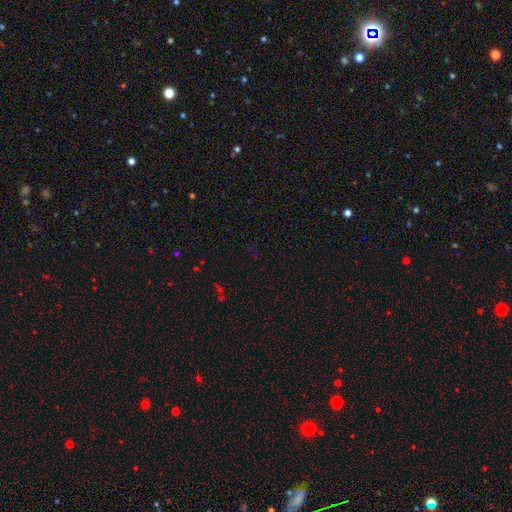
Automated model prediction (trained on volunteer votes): smooth-or-featured: star or artifact: 67% | smooth: 25% | featured or disk: 8%